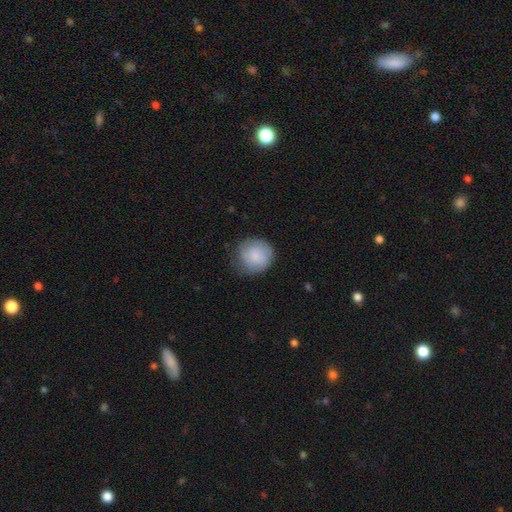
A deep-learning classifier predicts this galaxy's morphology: type=smooth (81%); roundness=round (89%); merging=none (67%).